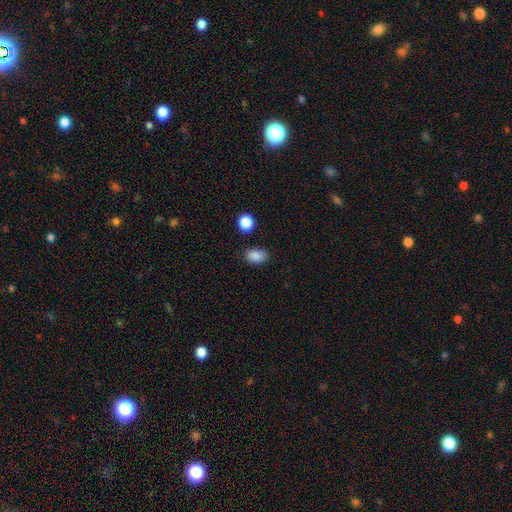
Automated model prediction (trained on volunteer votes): smooth-or-featured: smooth: 87% | star or artifact: 9% | featured or disk: 4%
  how-rounded: in between: 86% | round: 12% | cigar-shaped: 1%
  merging: none: 80% | minor disturbance: 14% | major disturbance: 3% | merger: 3%